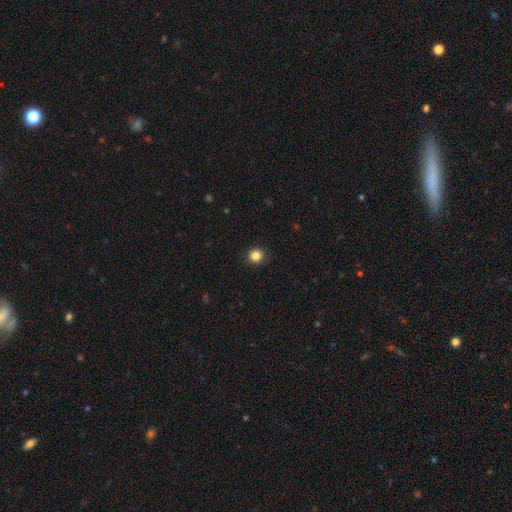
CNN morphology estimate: Smooth or featured: smooth — 84% (star or artifact — 12%)
How rounded: round — 92% (in between — 7%)
Merging: none — 93% (minor disturbance — 5%)